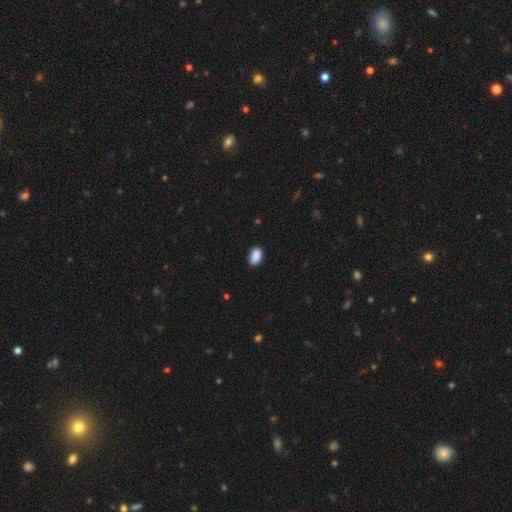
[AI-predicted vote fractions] A smooth galaxy with no disk features (90%) that is in between round and cigar-shaped (91%). Merging: none (86%).